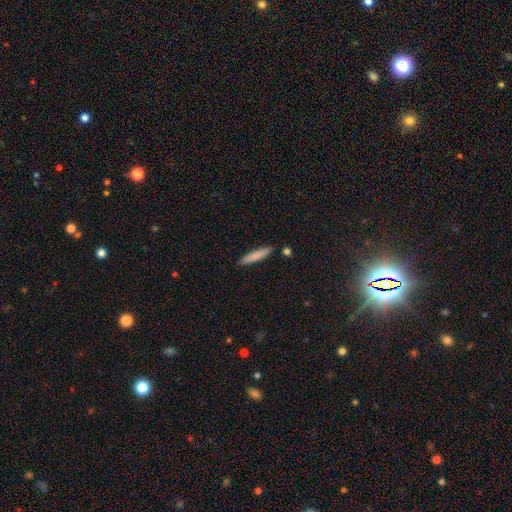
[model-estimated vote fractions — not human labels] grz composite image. It shows a smooth galaxy with no disk features (81%) that is cigar-shaped (89%). Merging: none (87%).